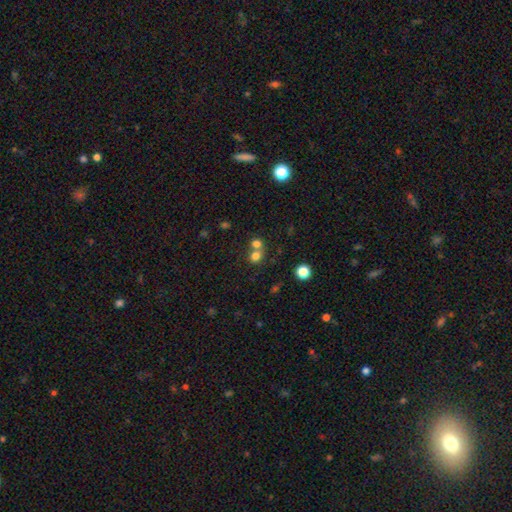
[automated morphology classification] smooth_or_featured: smooth (p=0.75) [alt: star or artifact p=0.15]
how_rounded: round (p=0.75) [alt: in between p=0.24]
merging: merger (p=0.50) [alt: none p=0.42]